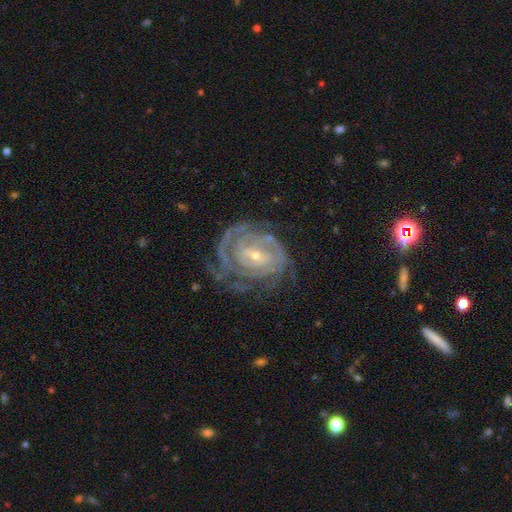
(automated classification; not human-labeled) Smooth or featured?
  - featured or disk: 88% *
  - smooth: 6%
  - star or artifact: 6%
Edge-on disk?
  - no: 97% *
  - yes: 3%
Bar?
  - weak: 42% *
  - no: 40%
  - strong: 18%
Spiral arms?
  - yes: 96% *
  - no: 4%
Spiral winding?
  - tight: 75% *
  - medium: 21%
  - loose: 4%
Spiral arm count?
  - can't tell: 33% *
  - 3: 19%
  - 2: 18%
  - 4: 16%
  - more than 4: 7%
  - 1: 6%
Bulge size?
  - small: 69% *
  - moderate: 28%
  - large: 1%
  - none: 1%
  - dominant: 1%
Merging?
  - none: 62% *
  - minor disturbance: 22%
  - major disturbance: 14%
  - merger: 2%